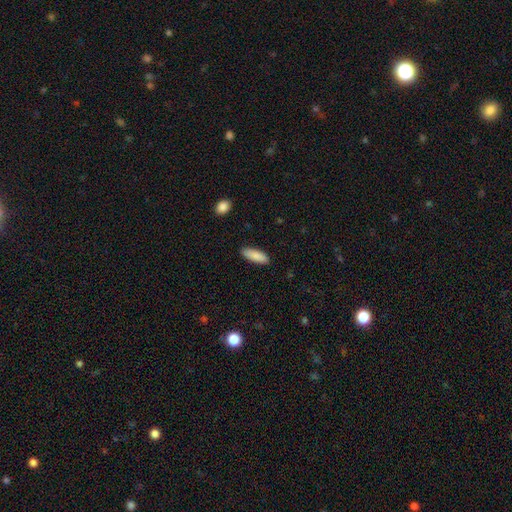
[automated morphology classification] smooth-or-featured: smooth: 88% | featured or disk: 6% | star or artifact: 6%
  how-rounded: in between: 62% | cigar-shaped: 37% | round: 2%
  merging: none: 88% | minor disturbance: 9% | major disturbance: 2% | merger: 1%